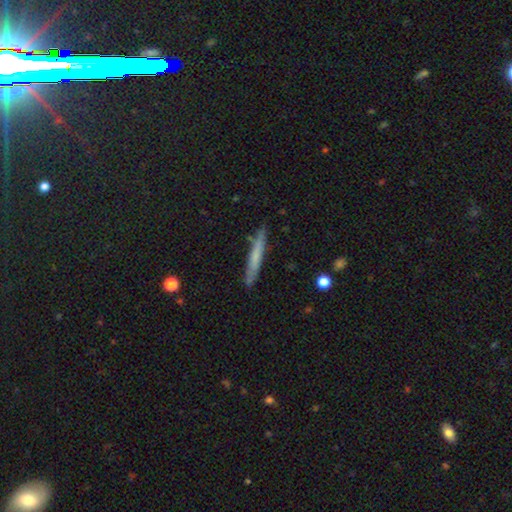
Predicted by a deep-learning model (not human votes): This appears to be a smooth galaxy with no disk features (61%) that is cigar-shaped (95%). Merging: none (86%).